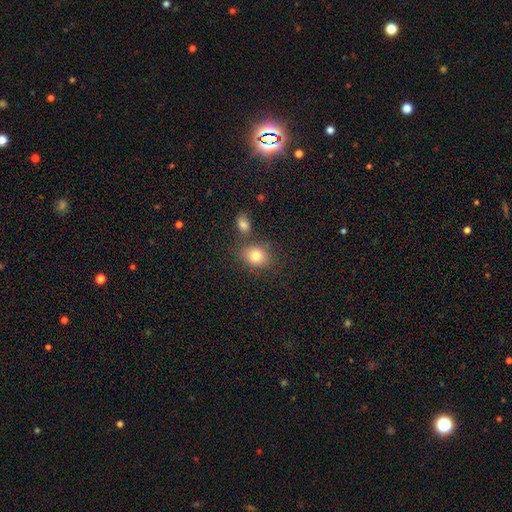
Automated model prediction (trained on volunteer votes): A smooth galaxy with no disk features (79%) that is round (57%). Merging: none (69%).